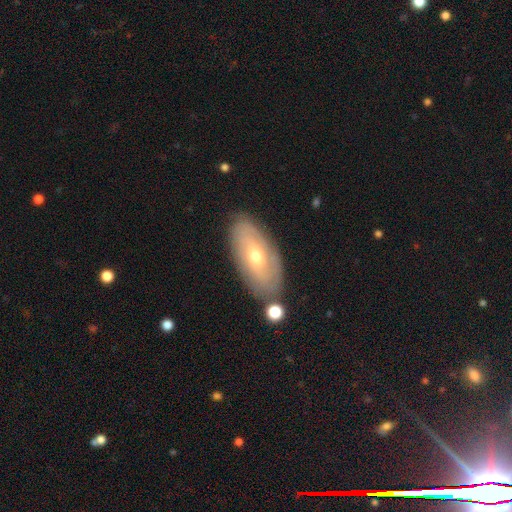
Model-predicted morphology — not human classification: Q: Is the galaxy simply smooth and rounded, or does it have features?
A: featured or disk — 61%.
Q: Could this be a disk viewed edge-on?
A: no — 89%.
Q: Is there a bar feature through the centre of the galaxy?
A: no — 69%.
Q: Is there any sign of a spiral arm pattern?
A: yes — 72%.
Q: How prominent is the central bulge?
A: moderate — 52%.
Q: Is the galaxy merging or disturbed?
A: none — 77%.